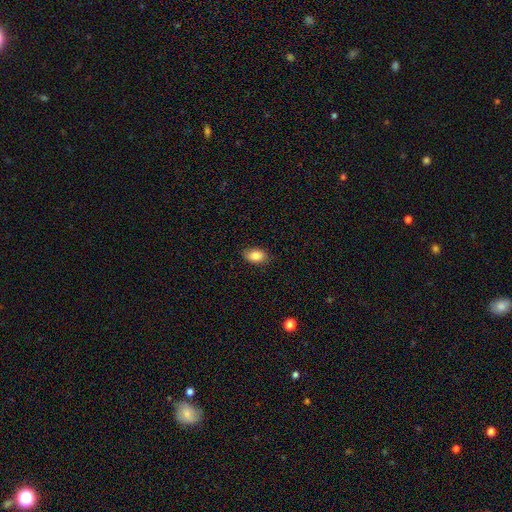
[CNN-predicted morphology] Overall: smooth (84%). How rounded: in between (88%). Merging: none (84%).